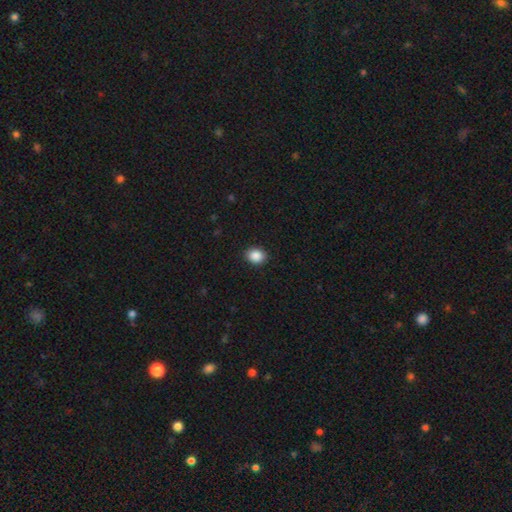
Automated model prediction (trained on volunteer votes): Overall: smooth (88%). How rounded: round (58%; in between 42%). Merging: none (91%).